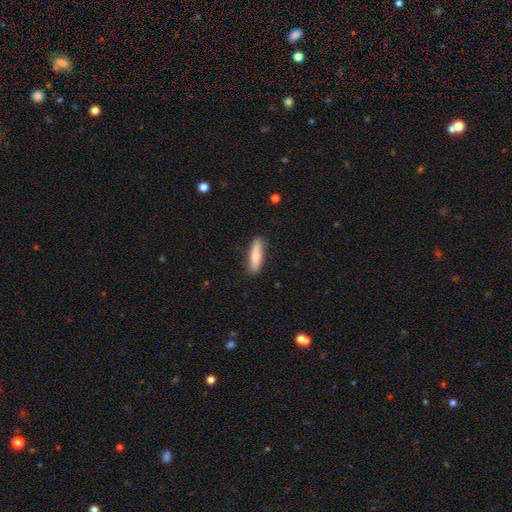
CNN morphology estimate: smooth_or_featured: smooth (p=0.76) [alt: featured or disk p=0.18]
how_rounded: cigar-shaped (p=0.73) [alt: in between p=0.25]
merging: none (p=0.86) [alt: minor disturbance p=0.11]